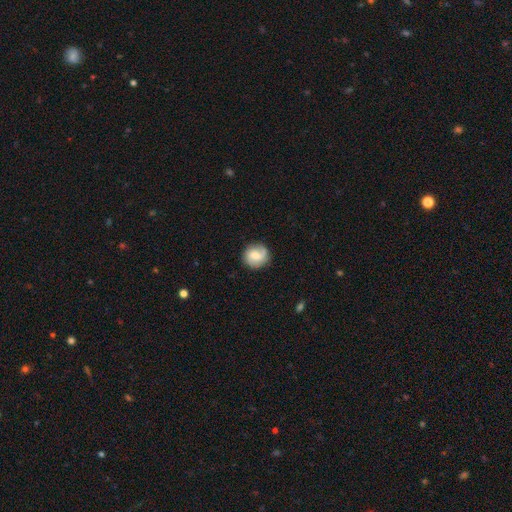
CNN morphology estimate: Smooth or featured? smooth (50%)
How rounded? round (87%)
Merging? none (80%)